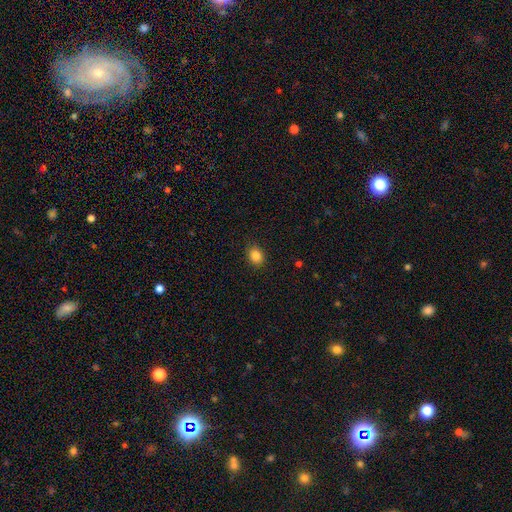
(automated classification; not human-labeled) The model was most divided on "how rounded": in between: 50%, round: 49%, cigar-shaped: 1%. More confident: merging — none (89%); smooth or featured — smooth (85%).